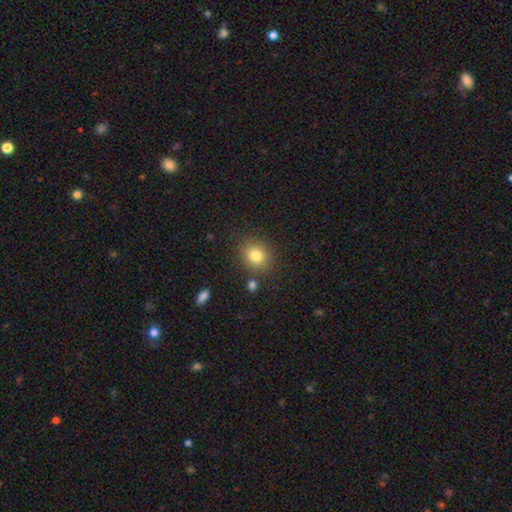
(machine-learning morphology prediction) This is clearly a smooth galaxy (82%). How rounded: likely round (76%). Merging: clearly none (83%).